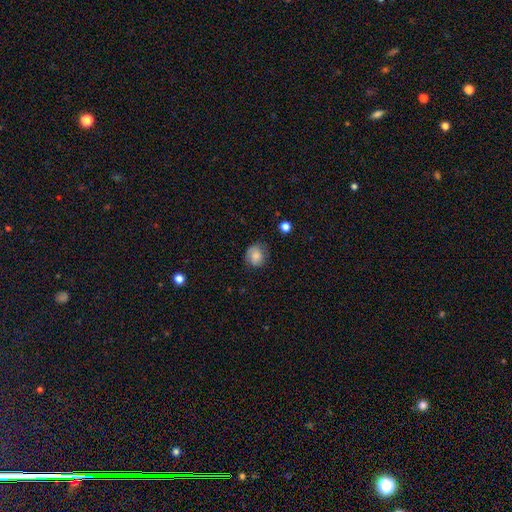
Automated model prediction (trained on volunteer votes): Smooth or featured?
  - smooth: 68% *
  - featured or disk: 23%
  - star or artifact: 9%
How rounded?
  - round: 73% *
  - in between: 26%
  - cigar-shaped: 1%
Merging?
  - none: 68% *
  - minor disturbance: 23%
  - major disturbance: 7%
  - merger: 1%